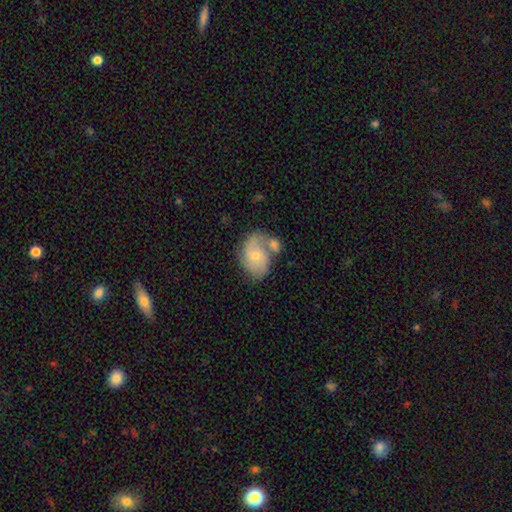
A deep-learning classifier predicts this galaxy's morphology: A featured or disk galaxy (52%) with no bar (76%), spiral arms (77%) and a small central bulge (58%).

Vote fractions:
- Smooth or featured? featured or disk: 52% / smooth: 41% / star or artifact: 7%
- Edge-on disk? no: 97% / yes: 3%
- Bar? no: 76% / weak: 21% / strong: 3%
- Spiral arms? yes: 77% / no: 23%
- Bulge size? small: 58% / moderate: 36% / none: 3% / large: 2% / dominant: 1%
- Merging? none: 36% (tied) / merger: 36% (tied) / minor disturbance: 18% / major disturbance: 10%